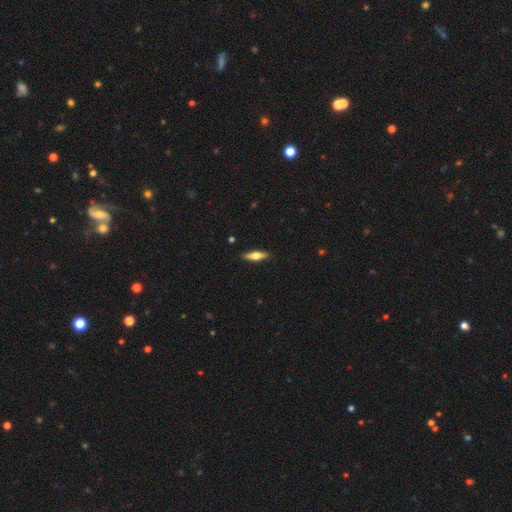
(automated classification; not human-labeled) This is possibly a smooth galaxy (51%). How rounded: possibly cigar-shaped (59%). Merging: clearly none (89%).